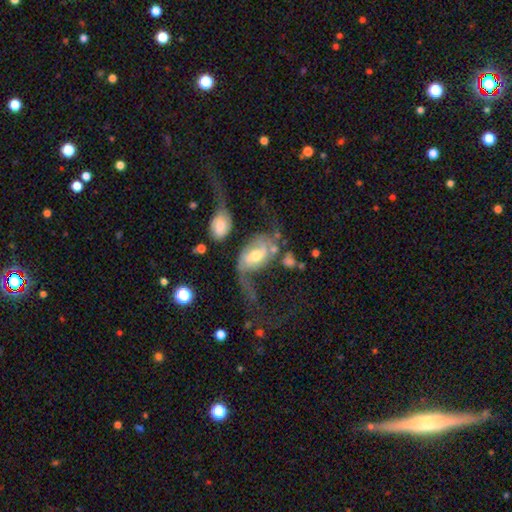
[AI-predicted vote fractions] Smooth or featured?
  - featured or disk: 70% *
  - smooth: 23%
  - star or artifact: 7%
Edge-on disk?
  - no: 95% *
  - yes: 5%
Bar?
  - no: 49% *
  - weak: 38%
  - strong: 13%
Spiral arms?
  - yes: 79% *
  - no: 21%
Spiral winding?
  - loose: 62% *
  - medium: 26%
  - tight: 12%
Spiral arm count?
  - 2: 63% *
  - 1: 19%
  - can't tell: 13%
  - 3: 2%
  - 4: 1%
  - more than 4: 1%
Bulge size?
  - moderate: 68% *
  - small: 21%
  - large: 9%
  - none: 2%
  - dominant: 1%
Merging?
  - major disturbance: 42% *
  - none: 23%
  - merger: 20%
  - minor disturbance: 15%